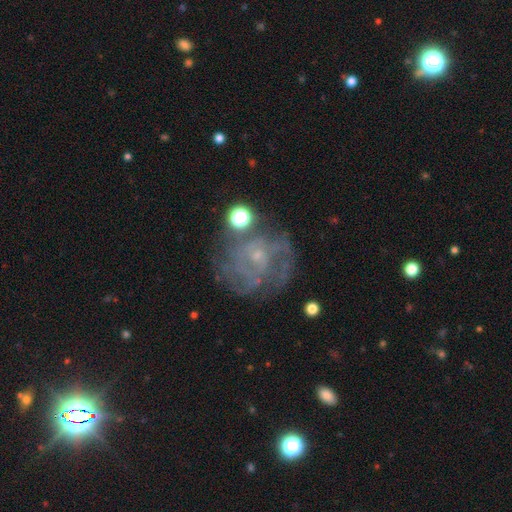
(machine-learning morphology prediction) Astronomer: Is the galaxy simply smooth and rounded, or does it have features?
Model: featured or disk — 74%.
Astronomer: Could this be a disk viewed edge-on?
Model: no — 98%.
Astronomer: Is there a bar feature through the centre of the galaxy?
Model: no — 73%.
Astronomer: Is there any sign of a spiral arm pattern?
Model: yes — 82%.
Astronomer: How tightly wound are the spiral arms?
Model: tight — 54% (runner-up: medium, 33%).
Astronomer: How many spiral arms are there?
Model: can't tell — 46%.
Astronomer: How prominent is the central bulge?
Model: small — 78%.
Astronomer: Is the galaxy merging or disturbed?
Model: none — 63%.